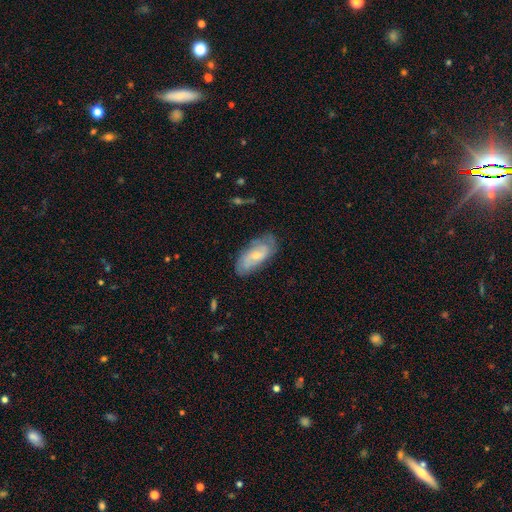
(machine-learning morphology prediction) smooth-or-featured: featured or disk: 61% | smooth: 32% | star or artifact: 7%
  disk-edge-on: no: 92% | yes: 8%
    bar: no: 57% | weak: 35% | strong: 7%
    has-spiral-arms: yes: 85% | no: 15%
    bulge-size: small: 60% | moderate: 35% | none: 3% | large: 2% | dominant: 1%
  merging: none: 72% | minor disturbance: 21% | major disturbance: 6% | merger: 2%